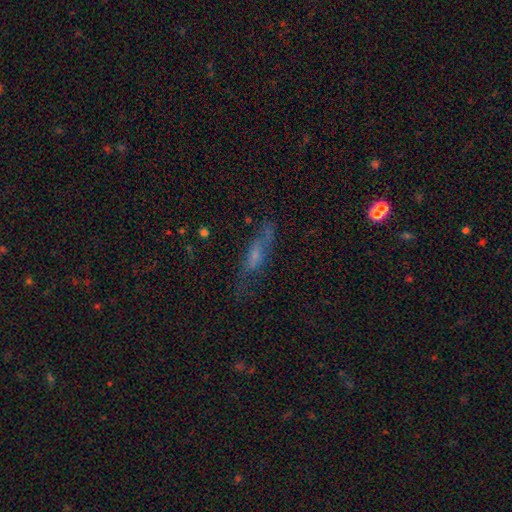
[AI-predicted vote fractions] A smooth galaxy with no disk features (47%). Merging: none (55%).